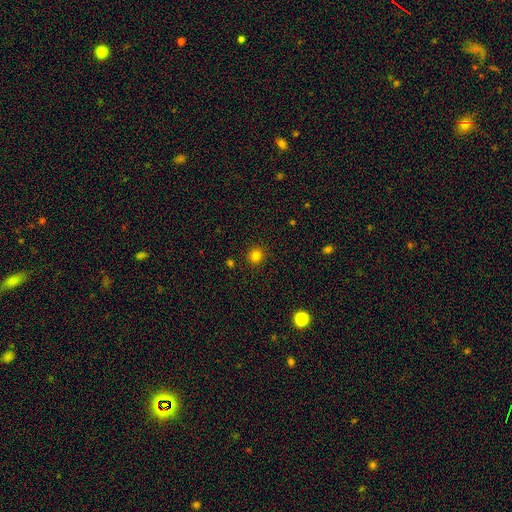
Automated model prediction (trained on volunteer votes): A smooth galaxy with no disk features (81%) that is round (92%). Merging: none (91%).